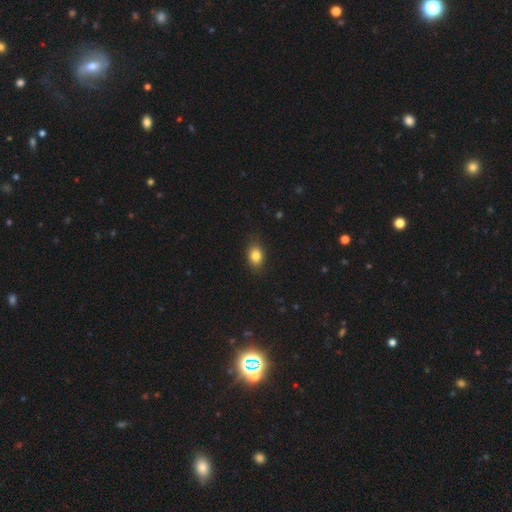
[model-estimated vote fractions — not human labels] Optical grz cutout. It shows a smooth galaxy with no disk features (83%) that is in between round and cigar-shaped (74%). Merging: none (83%).